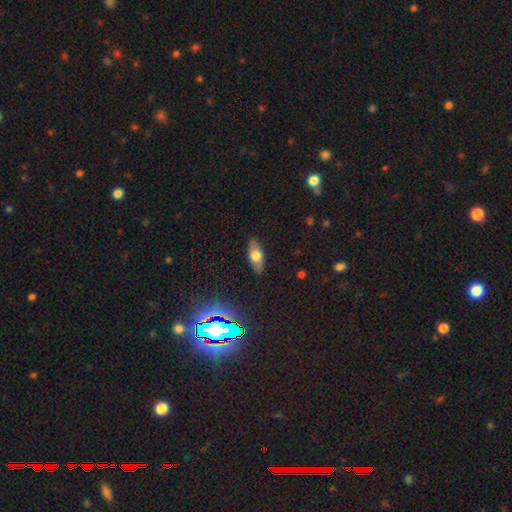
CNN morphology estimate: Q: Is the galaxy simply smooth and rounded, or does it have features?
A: smooth — 60%.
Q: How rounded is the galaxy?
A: in between — 75%.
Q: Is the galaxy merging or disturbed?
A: none — 87%.